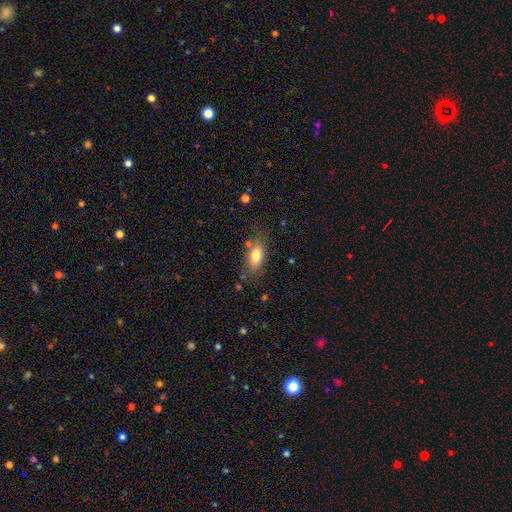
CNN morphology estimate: The model was most divided on "merging": none: 71%, minor disturbance: 18%, major disturbance: 6%, merger: 5%. More confident: how rounded — in between (84%); smooth or featured — smooth (76%).